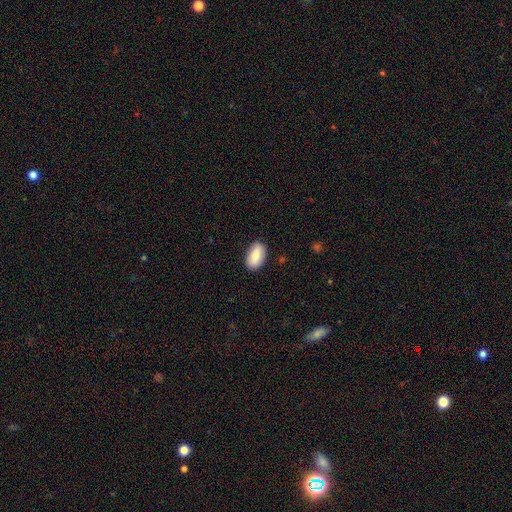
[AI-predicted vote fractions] A smooth galaxy with no disk features (79%) that is in between round and cigar-shaped (92%). Merging: none (87%).